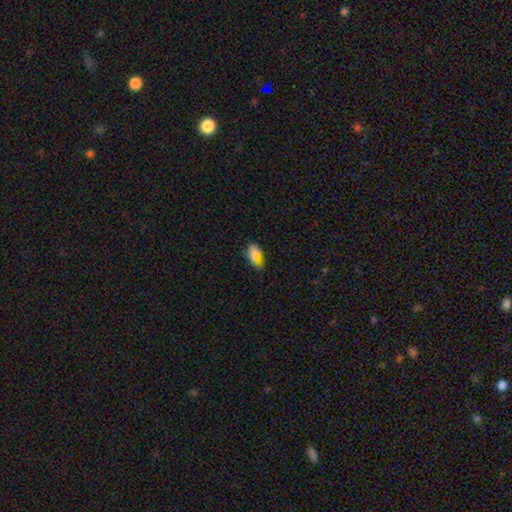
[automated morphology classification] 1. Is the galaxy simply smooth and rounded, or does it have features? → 81% smooth, 9% featured or disk, 9% star or artifact.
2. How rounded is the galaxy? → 93% in between, 4% cigar-shaped, 3% round.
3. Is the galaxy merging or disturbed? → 75% none, 20% minor disturbance, 3% major disturbance, 2% merger.